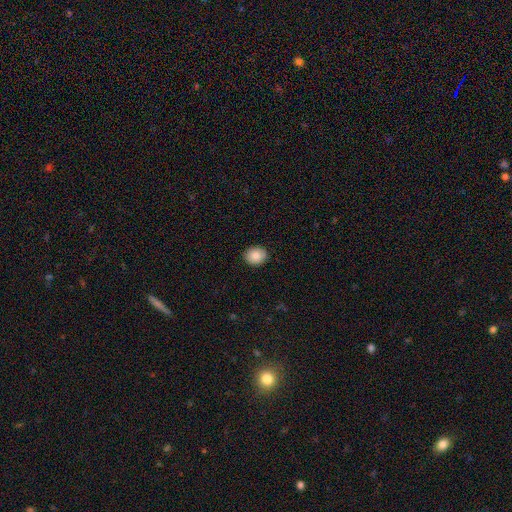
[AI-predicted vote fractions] A smooth galaxy with no disk features (87%) that is round (57%). Merging: none (89%).